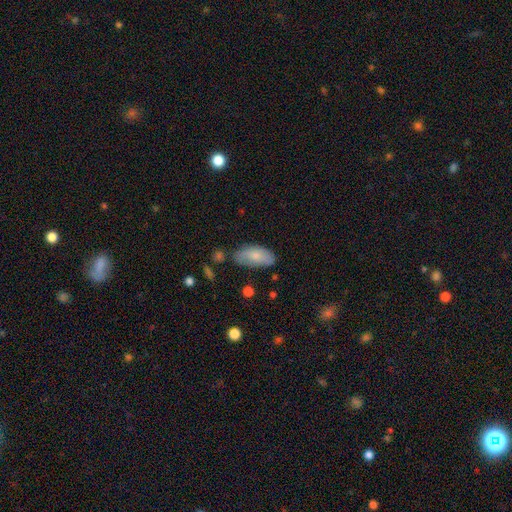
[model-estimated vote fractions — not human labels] smooth_or_featured: smooth (p=0.78) [alt: featured or disk p=0.16]
how_rounded: in between (p=0.91) [alt: cigar-shaped p=0.06]
merging: none (p=0.69) [alt: minor disturbance p=0.23]